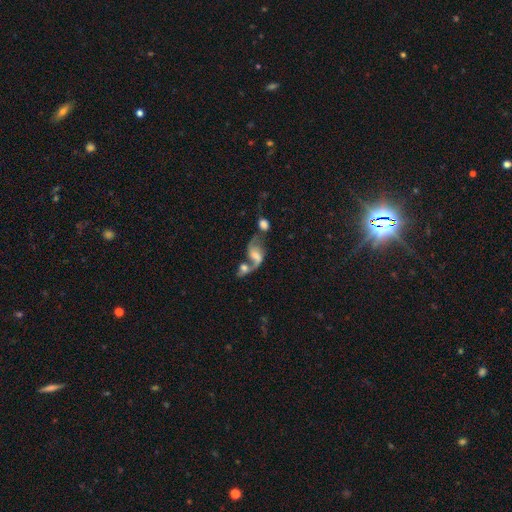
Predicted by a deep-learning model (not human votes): Smooth or featured: featured or disk — 68% (smooth — 22%)
Edge-on disk: no — 96% (yes — 4%)
Bar: weak — 43% (no — 42%)
Spiral arms: yes — 85% (no — 15%)
Spiral winding: loose — 73% (medium — 22%)
Spiral arm count: 2 — 79% (1 — 14%)
Bulge size: moderate — 36% (small — 31%)
Merging: merger — 53% (none — 23%)